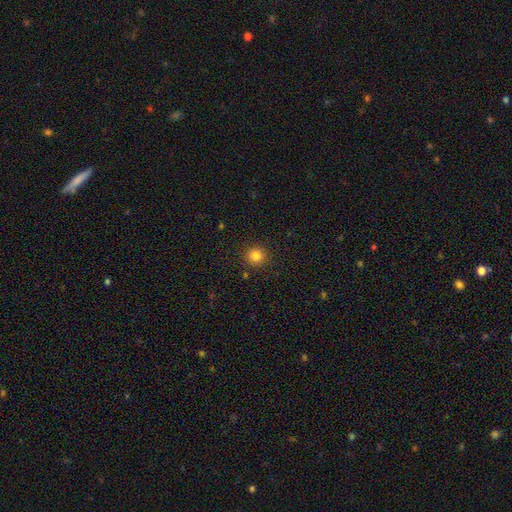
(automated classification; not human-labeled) smooth-or-featured: smooth: 83% | star or artifact: 12% | featured or disk: 5%
  how-rounded: round: 92% | in between: 7% | cigar-shaped: 1%
  merging: none: 90% | minor disturbance: 6% | major disturbance: 2% | merger: 2%